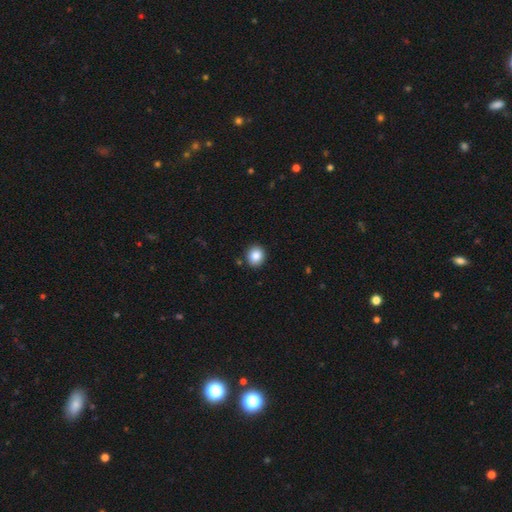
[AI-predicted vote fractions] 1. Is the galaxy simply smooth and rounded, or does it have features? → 86% smooth, 9% star or artifact, 5% featured or disk.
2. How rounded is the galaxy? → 81% round, 18% in between, 1% cigar-shaped.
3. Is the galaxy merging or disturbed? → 90% none, 6% minor disturbance, 2% major disturbance, 2% merger.